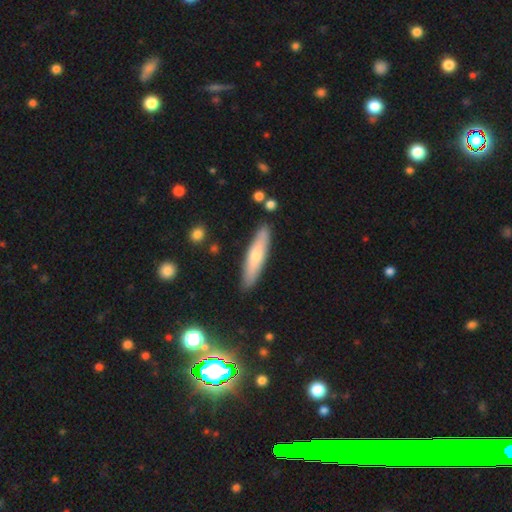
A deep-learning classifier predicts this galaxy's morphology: smooth 59%, featured or disk 35%, star or artifact 6%. Down the decision tree: how rounded — cigar-shaped (82%); merging — none (88%).